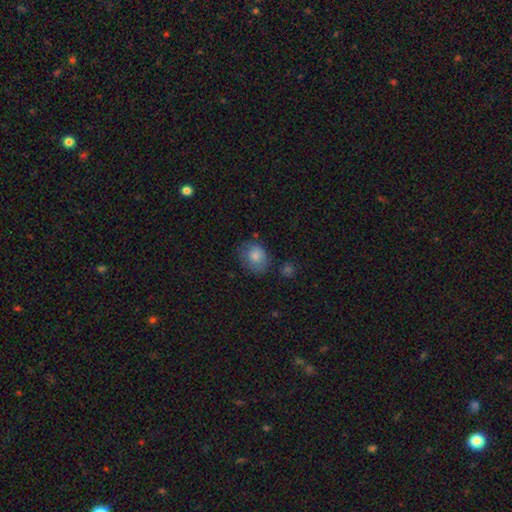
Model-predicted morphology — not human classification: Q: Smooth or featured?
A: smooth (81%); runner-up: featured or disk (11%)
Q: How rounded?
A: round (60%); runner-up: in between (39%)
Q: Merging?
A: none (64%); runner-up: minor disturbance (24%)